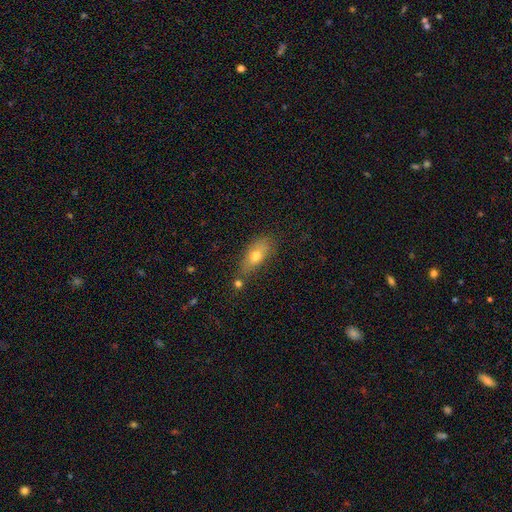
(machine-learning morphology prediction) This appears to be a smooth galaxy with no disk features (71%) that is in between round and cigar-shaped (79%). Merging: none (59%).